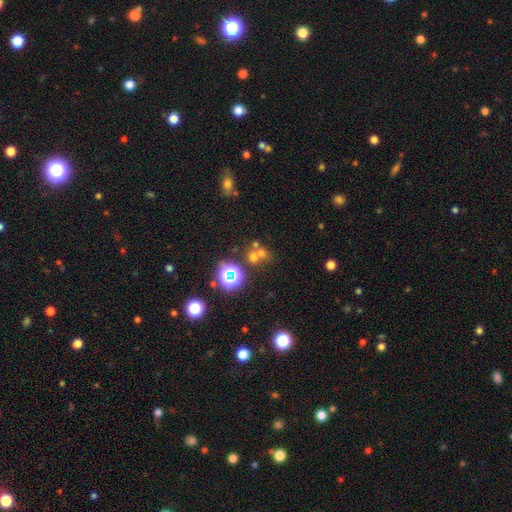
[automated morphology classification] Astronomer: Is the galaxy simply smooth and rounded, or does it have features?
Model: smooth — 50% (runner-up: star or artifact, 35%).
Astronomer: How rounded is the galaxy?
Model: round — 80%.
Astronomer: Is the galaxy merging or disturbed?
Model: none — 45% (runner-up: merger, 43%).